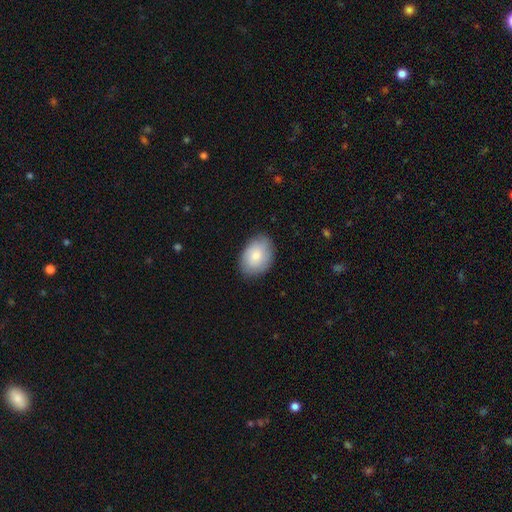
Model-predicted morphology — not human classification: smooth-or-featured: smooth: 80% | featured or disk: 14% | star or artifact: 6%
  how-rounded: in between: 81% | round: 18% | cigar-shaped: 1%
  merging: none: 82% | minor disturbance: 14% | major disturbance: 3% | merger: 1%